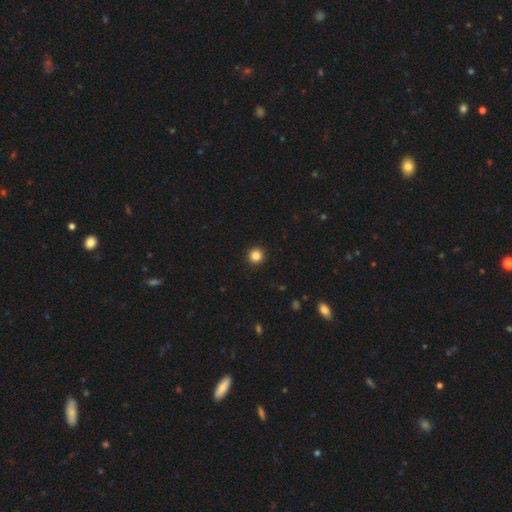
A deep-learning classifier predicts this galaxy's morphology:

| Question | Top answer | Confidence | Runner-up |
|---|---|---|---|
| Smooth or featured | smooth | 86% | star or artifact (11%) |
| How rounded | round | 94% | in between (5%) |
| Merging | none | 93% | minor disturbance (4%) |